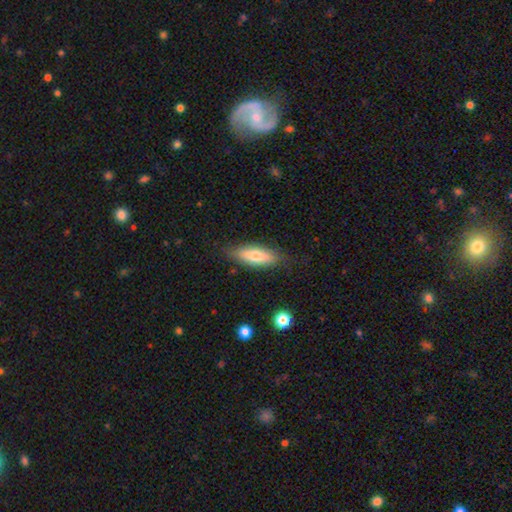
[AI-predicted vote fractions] Overall: smooth (71%). How rounded: in between (55%; cigar-shaped 43%). Merging: none (80%).